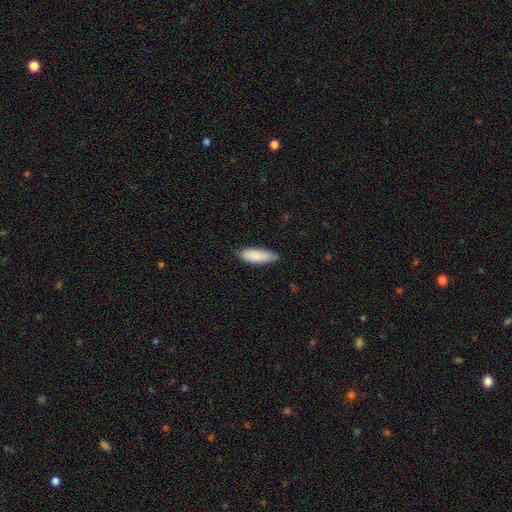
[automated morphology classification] This appears to be a smooth galaxy with no disk features (88%) that is in between round and cigar-shaped (65%). Merging: none (78%).